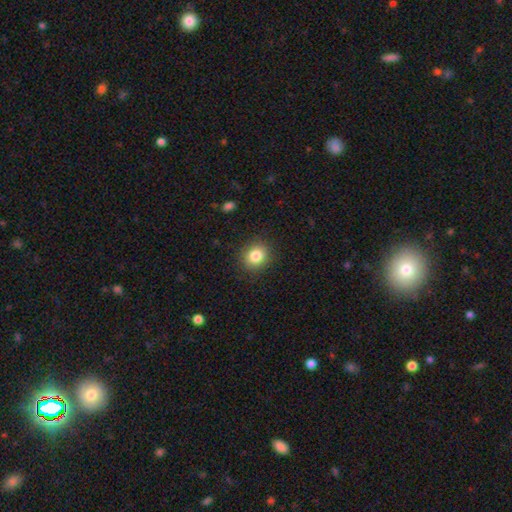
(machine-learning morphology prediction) Q: Smooth or featured?
A: smooth (84%); runner-up: star or artifact (10%)
Q: How rounded?
A: round (75%); runner-up: in between (25%)
Q: Merging?
A: none (89%); runner-up: minor disturbance (8%)